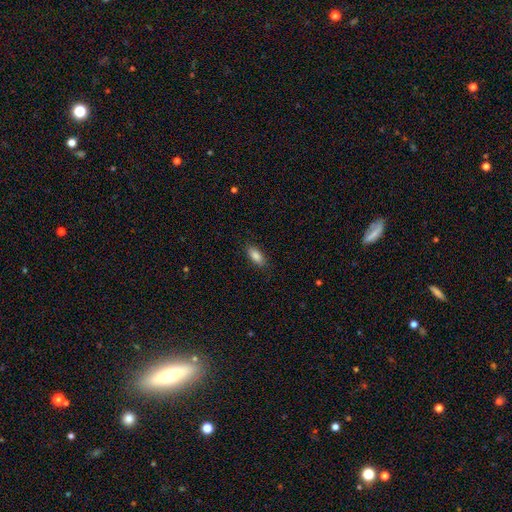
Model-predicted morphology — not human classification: This is clearly a smooth galaxy (87%). How rounded: clearly in between (81%). Merging: clearly none (86%).